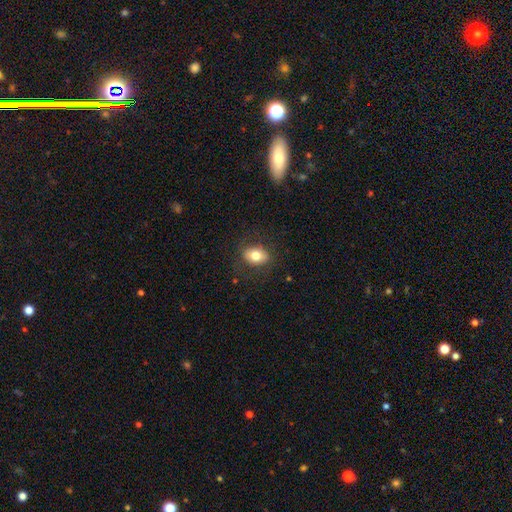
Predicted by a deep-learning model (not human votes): smooth 76%, featured or disk 15%, star or artifact 9%. Down the decision tree: how rounded — in between (76%); merging — none (83%).